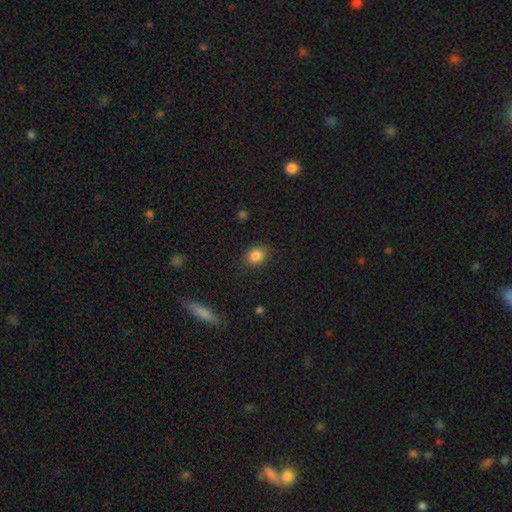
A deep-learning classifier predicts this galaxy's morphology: A smooth galaxy with no disk features (85%) that is round (56%). Merging: none (82%).